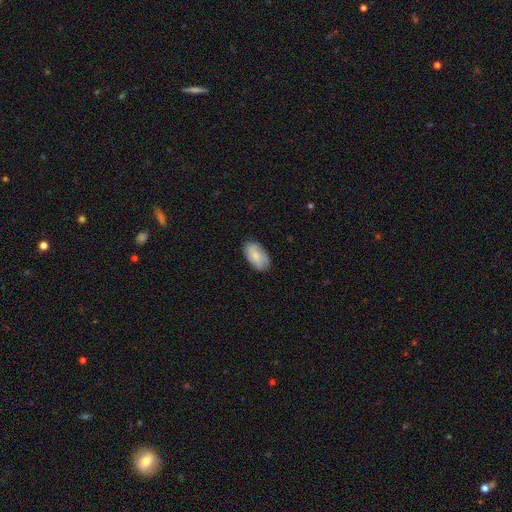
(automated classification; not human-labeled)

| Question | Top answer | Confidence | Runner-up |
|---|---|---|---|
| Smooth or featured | smooth | 77% | featured or disk (17%) |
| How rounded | in between | 94% | round (4%) |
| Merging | none | 80% | minor disturbance (16%) |